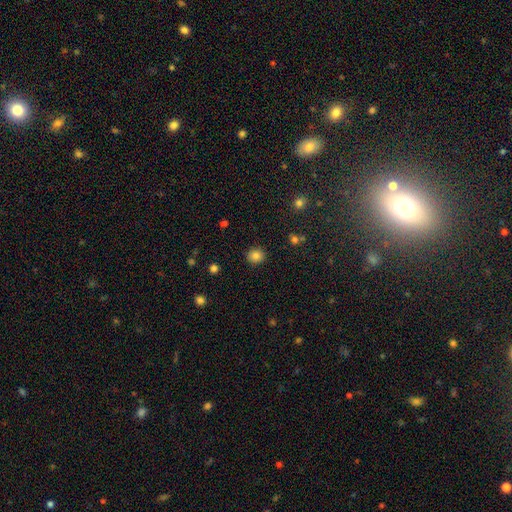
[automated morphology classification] Overall: smooth (83%). How rounded: round (85%). Merging: none (90%).